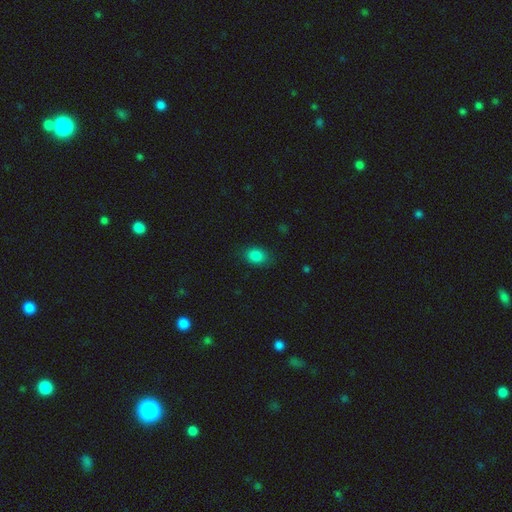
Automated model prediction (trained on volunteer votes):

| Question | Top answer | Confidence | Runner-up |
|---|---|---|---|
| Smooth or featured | smooth | 85% | star or artifact (11%) |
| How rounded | in between | 71% | round (27%) |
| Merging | none | 81% | minor disturbance (14%) |